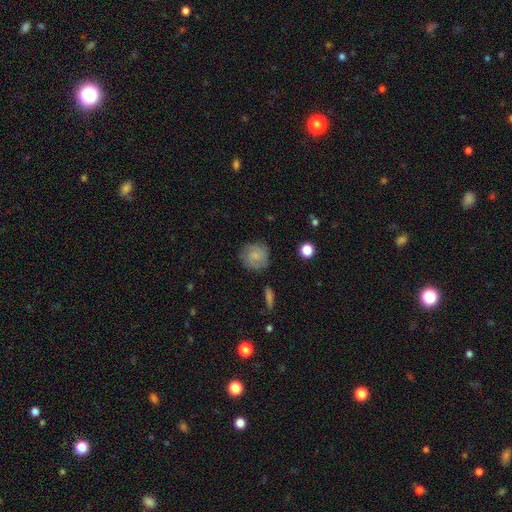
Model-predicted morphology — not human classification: Smooth or featured?
  - smooth: 63% *
  - featured or disk: 29%
  - star or artifact: 8%
How rounded?
  - round: 88% *
  - in between: 11%
  - cigar-shaped: 1%
Merging?
  - none: 79% *
  - minor disturbance: 15%
  - major disturbance: 4%
  - merger: 2%